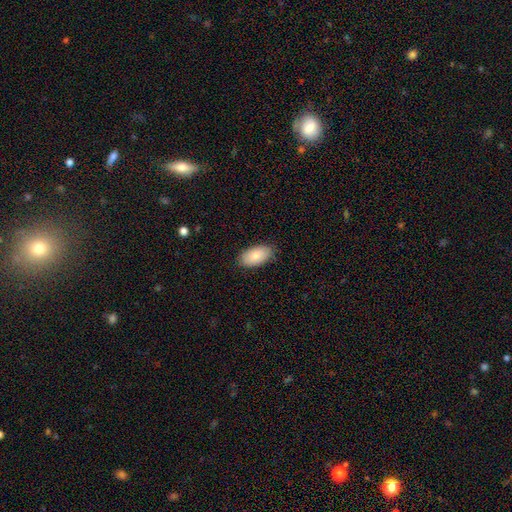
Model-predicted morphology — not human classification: Smooth or featured? smooth (84%)
How rounded? in between (95%)
Merging? none (84%)